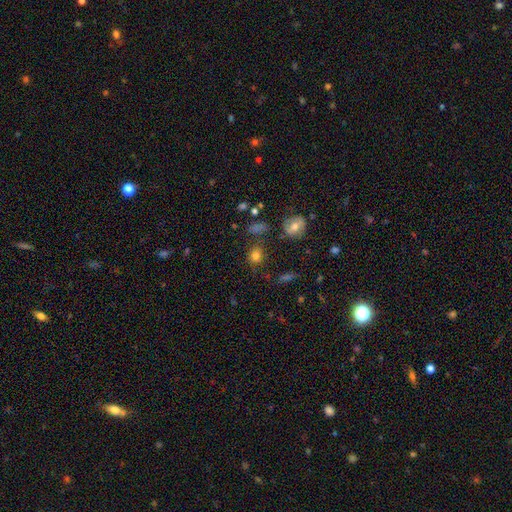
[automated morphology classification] Smooth or featured: smooth — 79% (star or artifact — 13%)
How rounded: round — 68% (in between — 30%)
Merging: none — 77% (minor disturbance — 13%)